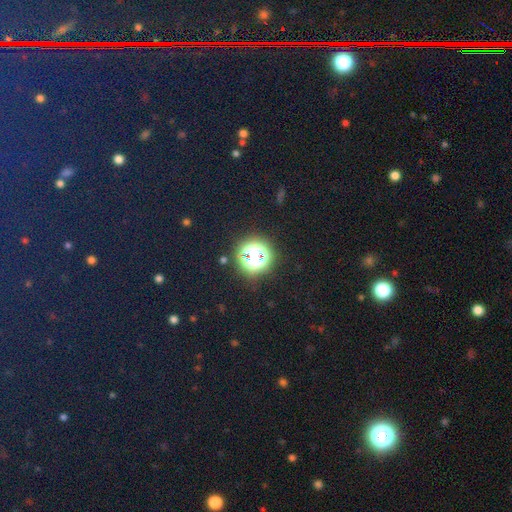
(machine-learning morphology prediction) This appears to be a star or artifact, not a galaxy (66%).